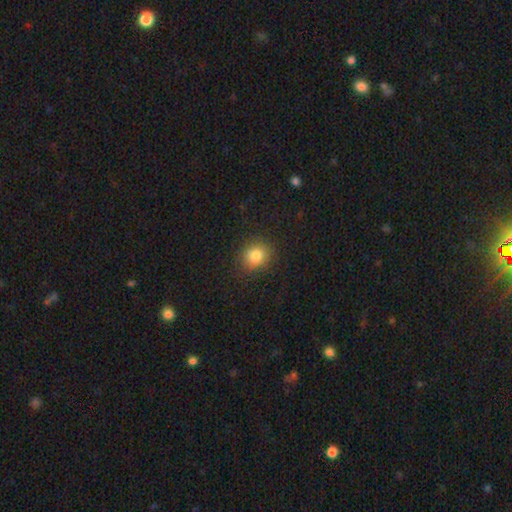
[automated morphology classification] Overall: smooth (82%). How rounded: round (69%; in between 30%). Merging: none (86%).